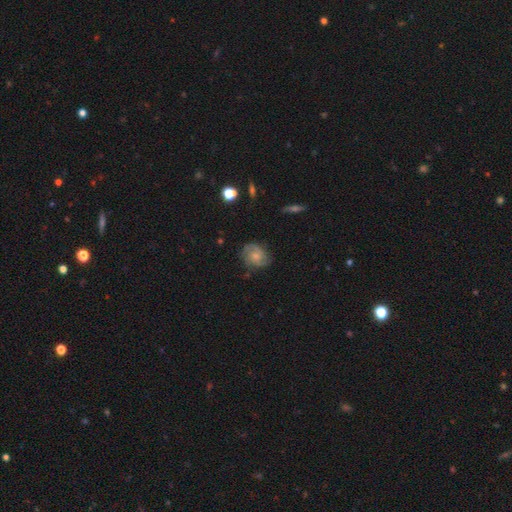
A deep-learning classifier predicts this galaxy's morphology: This is likely a featured or disk galaxy (64%). It is clearly not viewed edge-on (97%). Bar: likely no (73%). Spiral arm pattern: clearly yes (92%). Spiral arm count: marginally 2 (41%). Spiral winding: marginally tight (45%). Central bulge: possibly small (49%). Merging: likely none (72%).